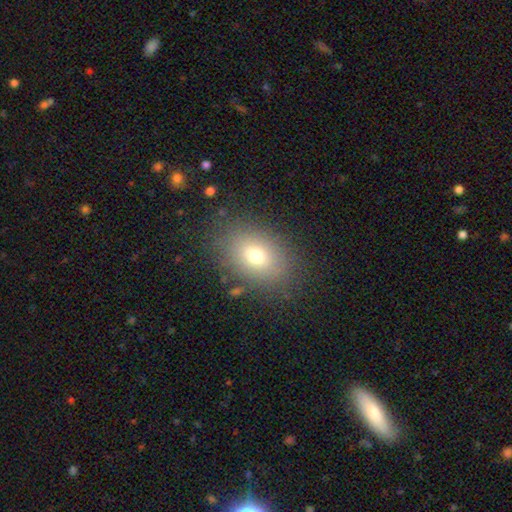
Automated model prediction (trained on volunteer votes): This is likely a smooth galaxy (71%). How rounded: likely in between (69%). Merging: clearly none (82%).